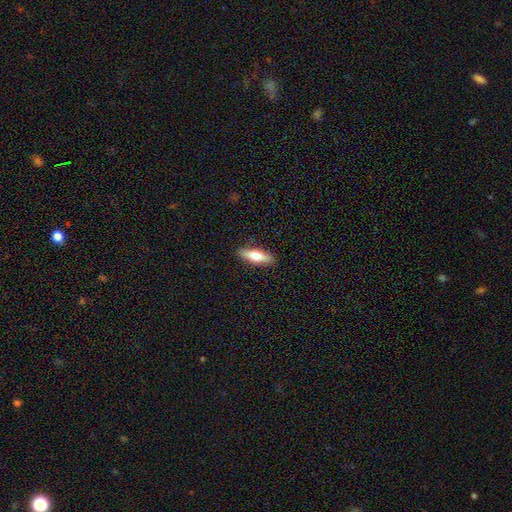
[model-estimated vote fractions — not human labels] smooth_or_featured: smooth (p=0.68) [alt: featured or disk p=0.26]
how_rounded: cigar-shaped (p=0.52) [alt: in between p=0.46]
merging: none (p=0.89) [alt: minor disturbance p=0.08]